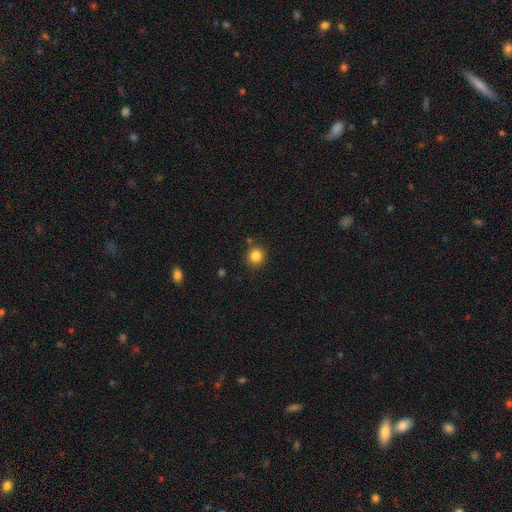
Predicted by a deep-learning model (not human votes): A smooth galaxy with no disk features (84%) that is round (89%). Merging: none (85%).